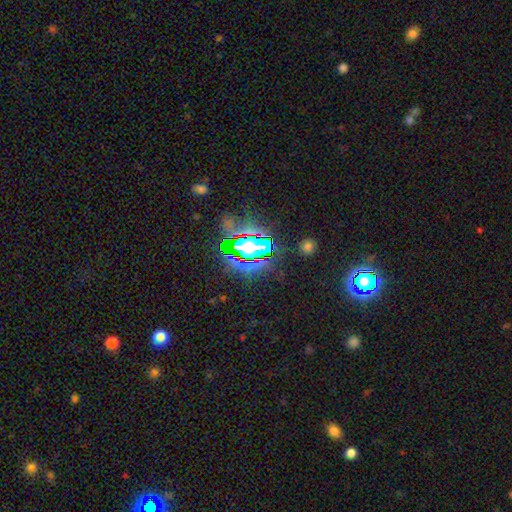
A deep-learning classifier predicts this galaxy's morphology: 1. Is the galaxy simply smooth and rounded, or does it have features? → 71% star or artifact, 17% smooth, 12% featured or disk.